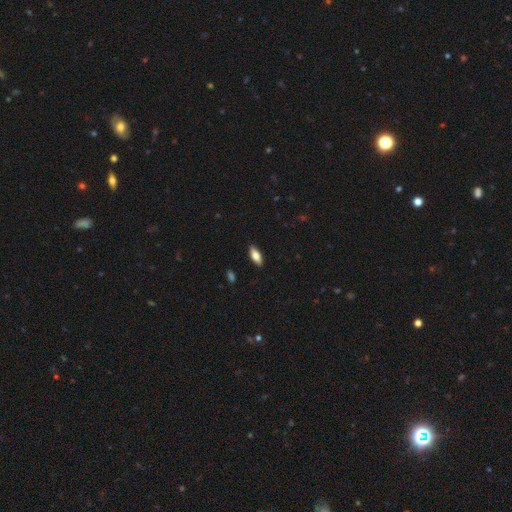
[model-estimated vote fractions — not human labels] smooth-or-featured: smooth: 74% | featured or disk: 19% | star or artifact: 6%
  how-rounded: in between: 78% | cigar-shaped: 20% | round: 2%
  merging: none: 89% | minor disturbance: 8% | major disturbance: 2% | merger: 1%